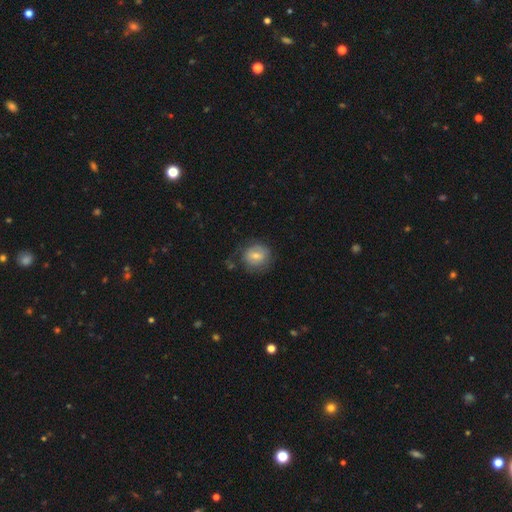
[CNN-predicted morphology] A smooth galaxy with no disk features (65%) that is round (74%).

Vote fractions:
- Smooth or featured? smooth: 65% / featured or disk: 27% / star or artifact: 8%
- How rounded? round: 74% / in between: 24% / cigar-shaped: 1%
- Merging? none: 68% / minor disturbance: 21% / major disturbance: 9% / merger: 2%